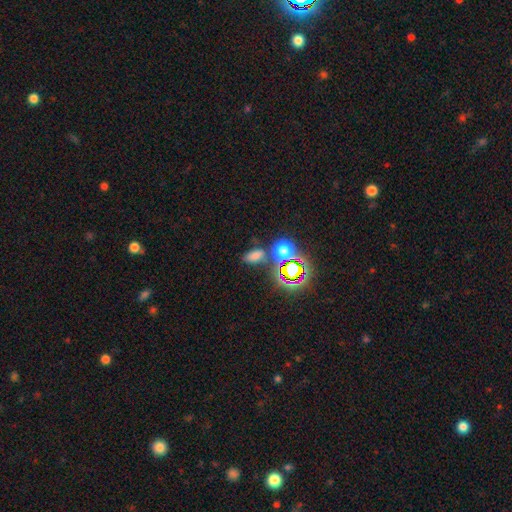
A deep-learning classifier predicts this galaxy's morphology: This appears to be a smooth galaxy with no disk features (63%) that is in between round and cigar-shaped (80%). Merging: none (66%).